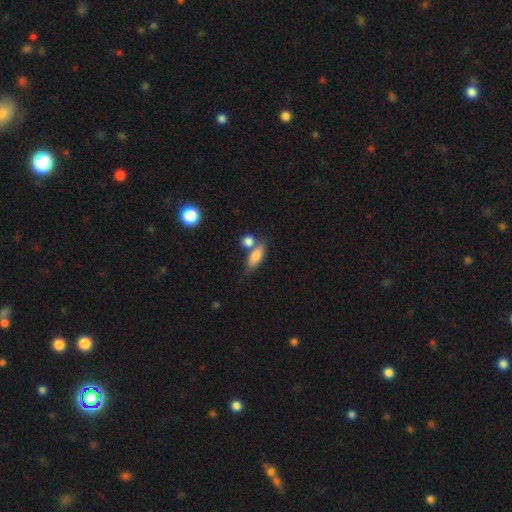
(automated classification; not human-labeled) This appears to be a smooth galaxy with no disk features (82%) that is in between round and cigar-shaped (74%). Merging: none (48%).